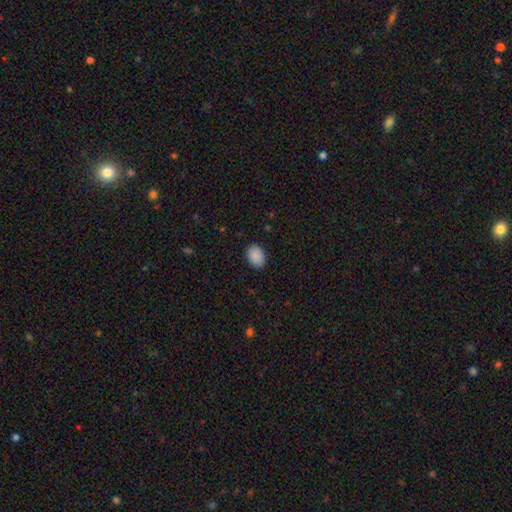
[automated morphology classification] type=smooth (89%); roundness=in between (81%); merging=none (88%).